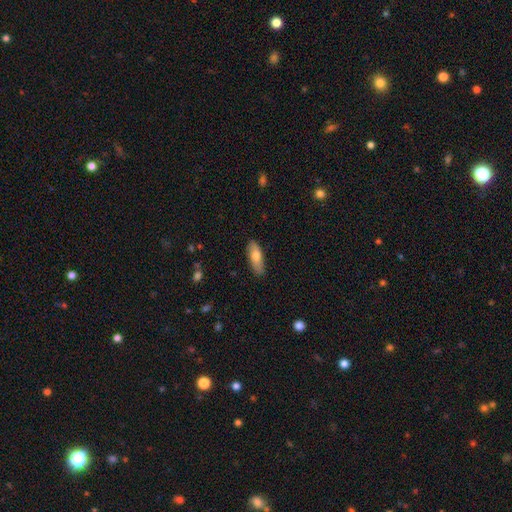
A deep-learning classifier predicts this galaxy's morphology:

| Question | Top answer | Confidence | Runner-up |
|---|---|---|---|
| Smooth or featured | smooth | 72% | featured or disk (22%) |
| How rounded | in between | 56% | cigar-shaped (41%) |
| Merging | none | 85% | minor disturbance (12%) |